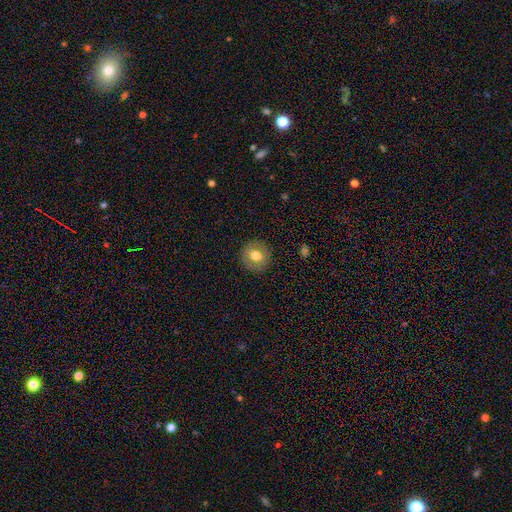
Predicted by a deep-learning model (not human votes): A smooth galaxy with no disk features (71%) that is round (91%). Merging: none (90%).